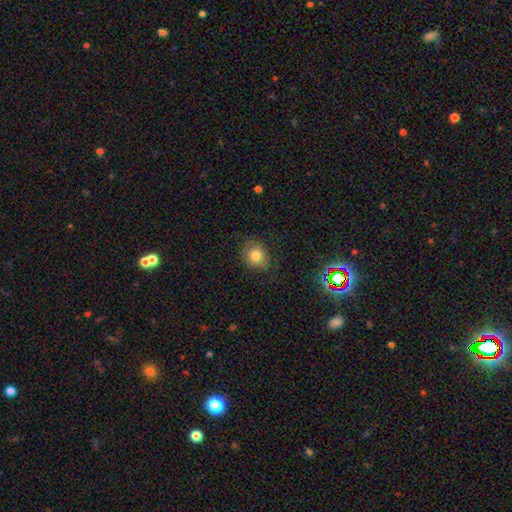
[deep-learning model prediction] Smooth or featured: smooth — 78% (star or artifact — 12%)
How rounded: round — 69% (in between — 30%)
Merging: none — 78% (minor disturbance — 16%)